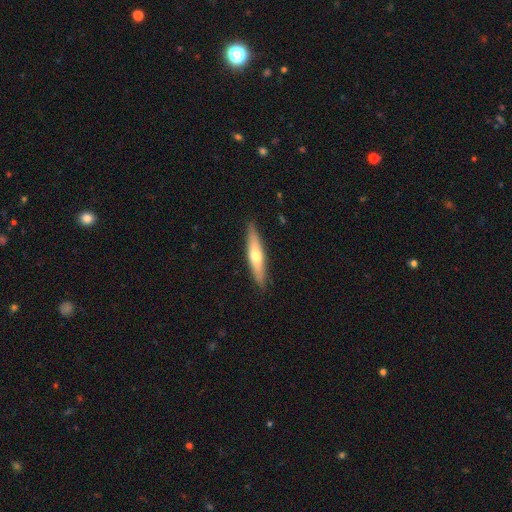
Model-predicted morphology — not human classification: smooth 49%, featured or disk 46%, star or artifact 5%. Down the decision tree: merging — none (89%).